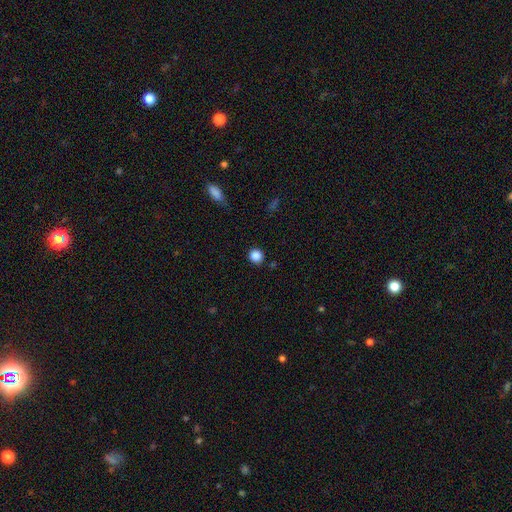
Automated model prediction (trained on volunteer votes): This is clearly a smooth galaxy (86%). How rounded: clearly round (88%). Merging: clearly none (89%).